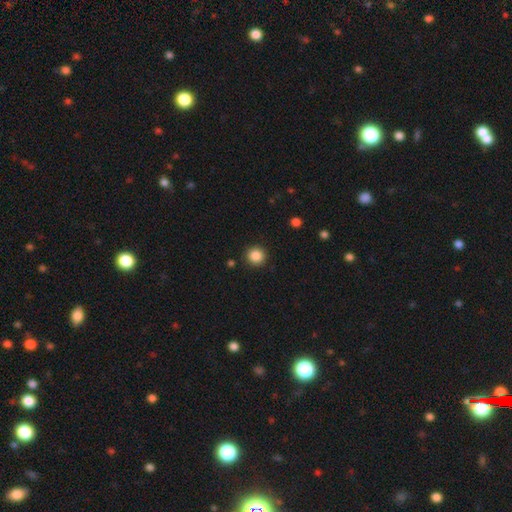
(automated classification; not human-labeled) Smooth or featured? smooth (87%)
How rounded? round (94%)
Merging? none (90%)